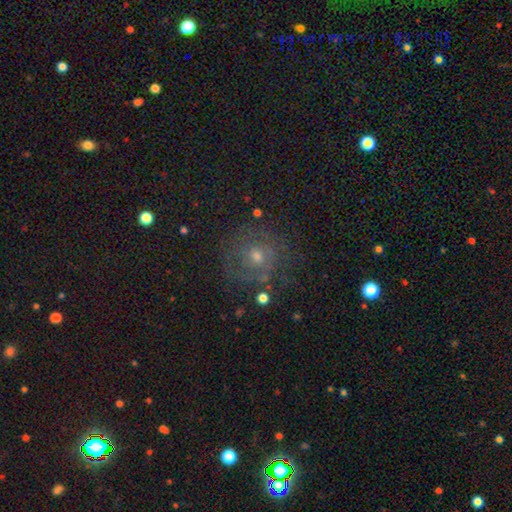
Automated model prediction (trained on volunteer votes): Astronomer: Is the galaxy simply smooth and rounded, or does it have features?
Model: featured or disk — 49% (runner-up: smooth, 31%).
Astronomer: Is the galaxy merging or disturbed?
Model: none — 71%.